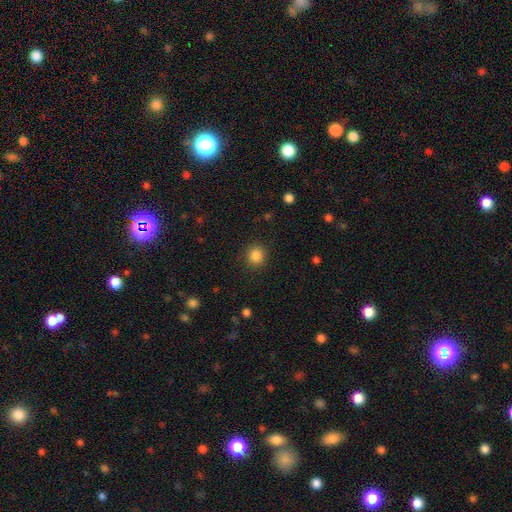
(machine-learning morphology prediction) Smooth or featured?
  - smooth: 85% *
  - star or artifact: 11%
  - featured or disk: 4%
How rounded?
  - round: 91% *
  - in between: 8%
  - cigar-shaped: 1%
Merging?
  - none: 90% *
  - minor disturbance: 7%
  - major disturbance: 3%
  - merger: 1%